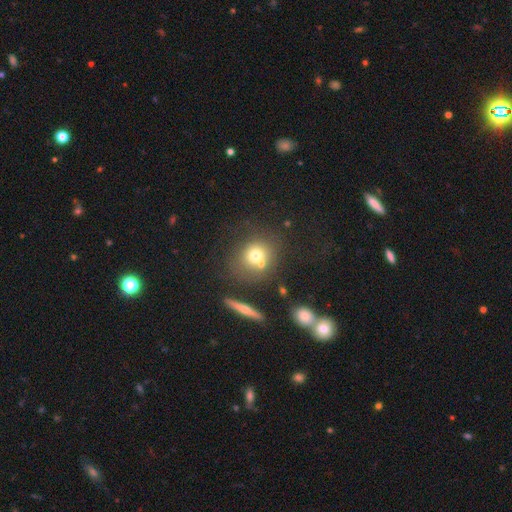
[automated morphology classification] Smooth or featured? smooth (69%)
How rounded? round (80%)
Merging? none (58%)